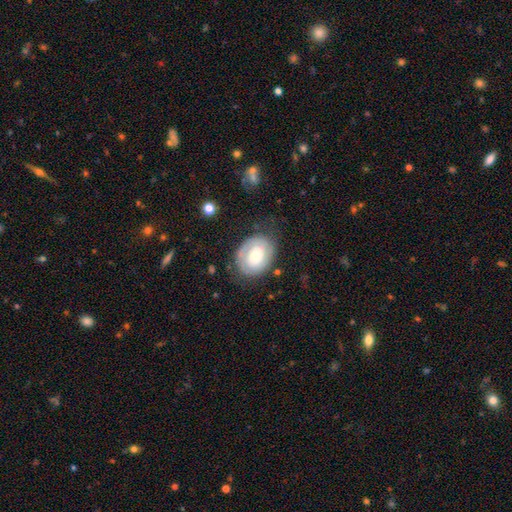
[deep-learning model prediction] Smooth or featured: smooth — 48% (featured or disk — 45%)
Merging: none — 66% (minor disturbance — 21%)